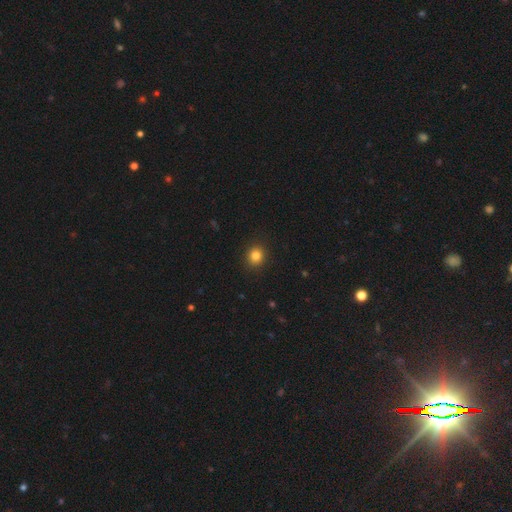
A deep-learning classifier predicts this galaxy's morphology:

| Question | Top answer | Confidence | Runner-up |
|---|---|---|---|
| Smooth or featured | smooth | 83% | star or artifact (12%) |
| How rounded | round | 80% | in between (19%) |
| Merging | none | 91% | minor disturbance (6%) |